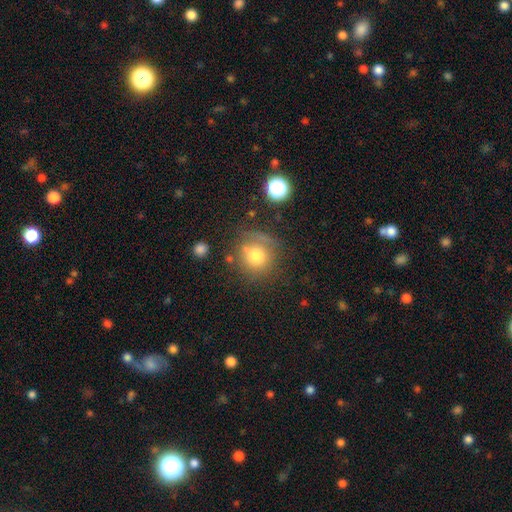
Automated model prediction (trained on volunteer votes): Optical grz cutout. It shows a smooth galaxy with no disk features (74%) that is round (88%). Merging: none (64%).